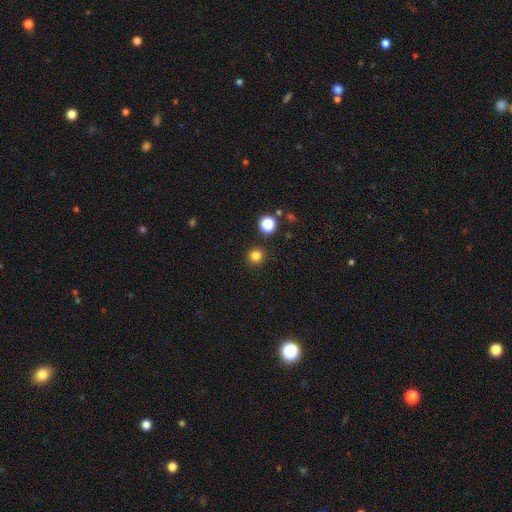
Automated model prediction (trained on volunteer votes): Smooth or featured? Predicted: smooth (p=0.82). How rounded? Predicted: round (p=0.95). Merging? Predicted: none (p=0.91).